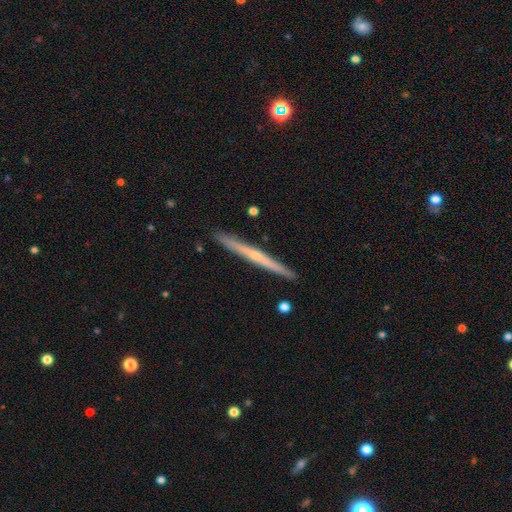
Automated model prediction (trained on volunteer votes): A featured or disk galaxy (68%) viewed edge-on (98%) with a rounded central bulge (53%).

Vote fractions:
- Smooth or featured? featured or disk: 68% / smooth: 26% / star or artifact: 6%
- Edge-on disk? yes: 98% / no: 2%
- Edge-on bulge? rounded: 53% / none: 43% / boxy: 3%
- Merging? none: 92% / minor disturbance: 6% / merger: 1% / major disturbance: 1%